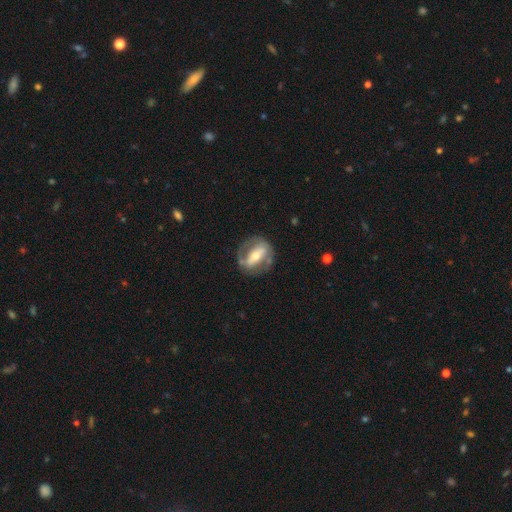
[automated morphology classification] smooth-or-featured: featured or disk: 72% | smooth: 23% | star or artifact: 5%
  disk-edge-on: no: 90% | yes: 10%
    bar: strong: 64% | weak: 19% | no: 17%
    has-spiral-arms: yes: 51% | no: 49%
    bulge-size: moderate: 56% | small: 35% | large: 7% | none: 1% | dominant: 1%
  merging: none: 72% | minor disturbance: 16% | major disturbance: 10% | merger: 2%